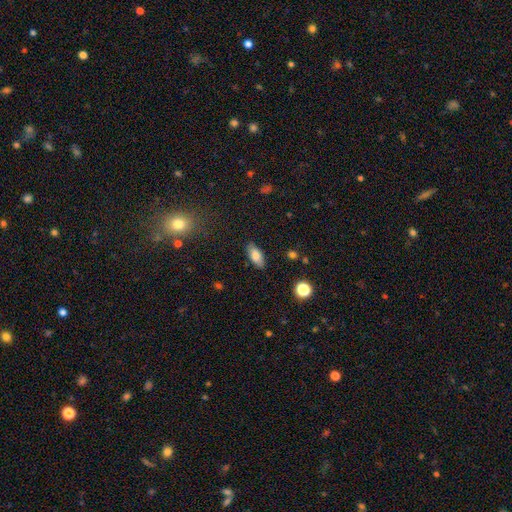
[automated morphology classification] smooth 79%, featured or disk 13%, star or artifact 8%. Down the decision tree: how rounded — in between (86%); merging — none (85%).